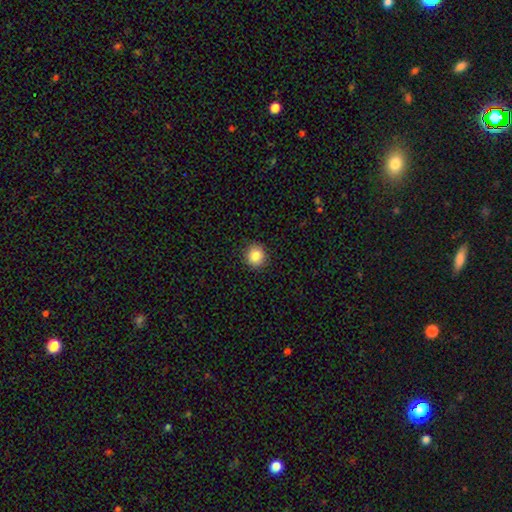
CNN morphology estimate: This is clearly a smooth galaxy (85%). How rounded: clearly round (90%). Merging: clearly none (91%).